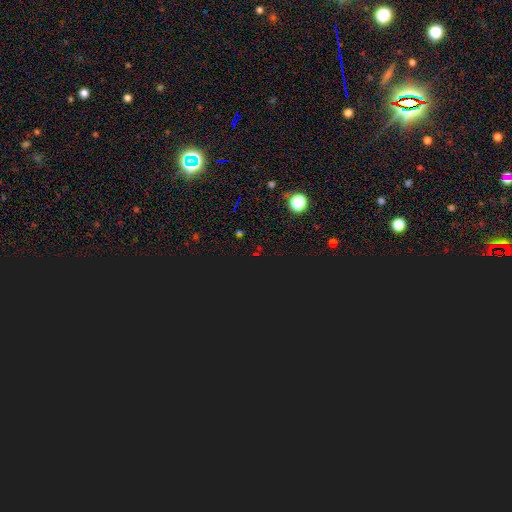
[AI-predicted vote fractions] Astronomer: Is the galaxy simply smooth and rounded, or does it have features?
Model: star or artifact — 77%.